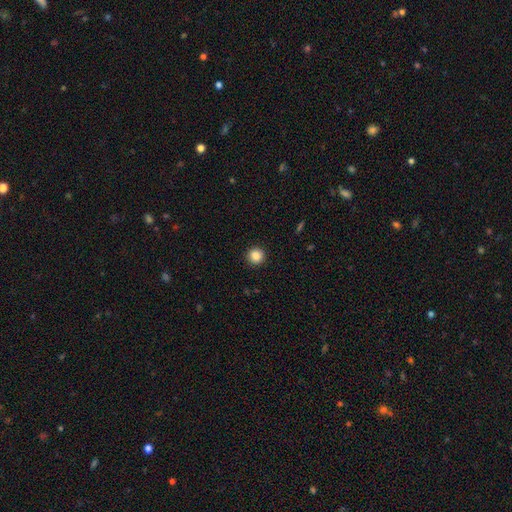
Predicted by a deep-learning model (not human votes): Morphology: type=smooth (87%); roundness=round (95%); merging=none (93%).